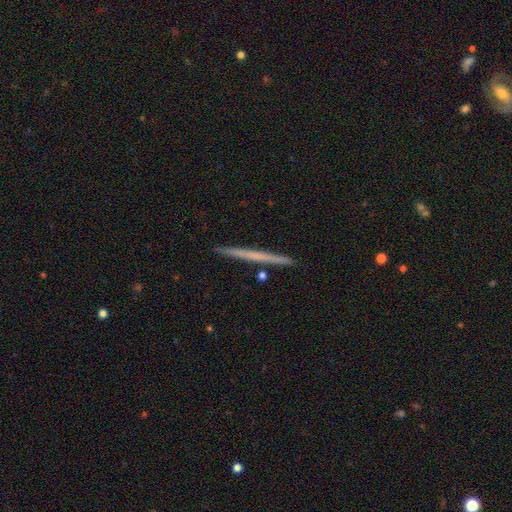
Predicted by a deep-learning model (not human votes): Smooth or featured?
  - featured or disk: 48% *
  - smooth: 46%
  - star or artifact: 6%
Merging?
  - none: 92% *
  - minor disturbance: 5%
  - merger: 1%
  - major disturbance: 1%